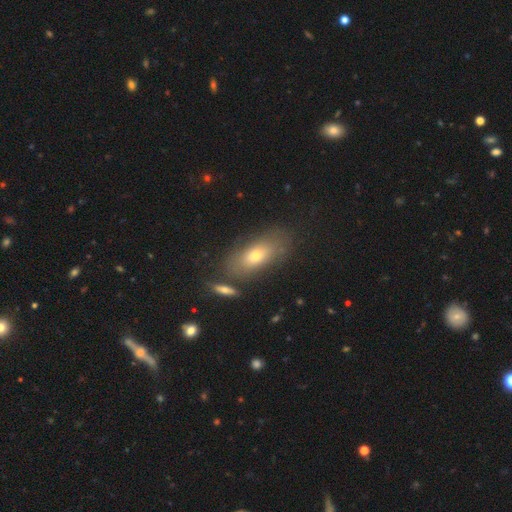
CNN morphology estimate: Overall: smooth (67%). How rounded: in between (81%). Merging: none (72%).